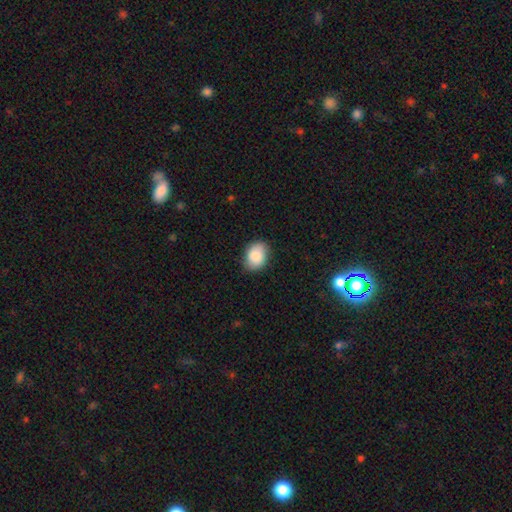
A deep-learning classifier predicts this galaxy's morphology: type=smooth (86%); roundness=in between (71%); merging=none (81%).